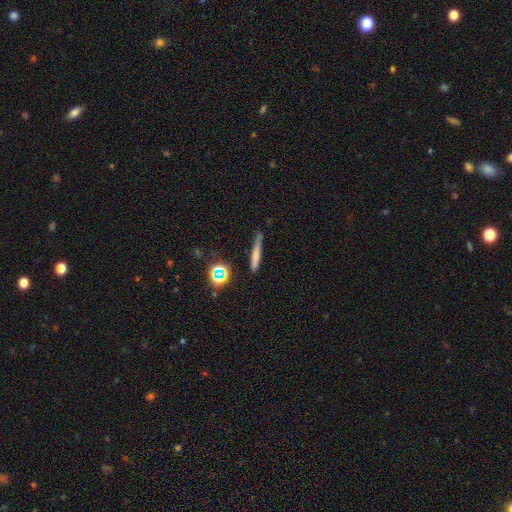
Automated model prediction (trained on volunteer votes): smooth_or_featured: smooth (p=0.61) [alt: featured or disk p=0.26]
how_rounded: cigar-shaped (p=0.91) [alt: in between p=0.06]
merging: none (p=0.75) [alt: minor disturbance p=0.17]